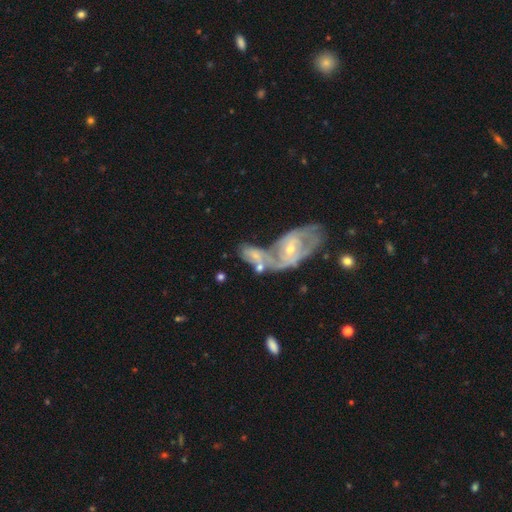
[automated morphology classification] featured or disk 63%, smooth 30%, star or artifact 7%. Down the decision tree: edge-on disk — no (93%); bar — no (56%); spiral arms — yes (73%); bulge size — small (50%); merging — merger (59%).